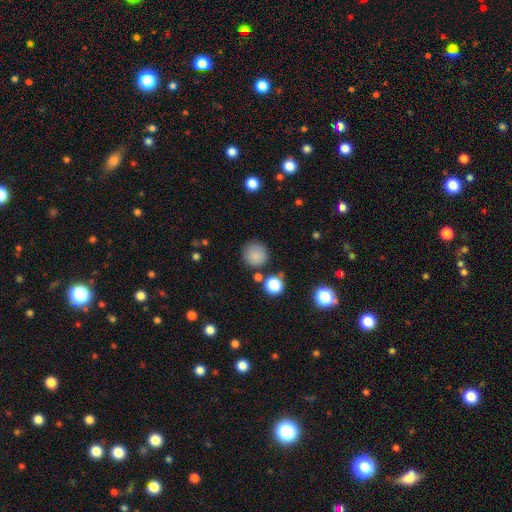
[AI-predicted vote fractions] The model was most divided on "merging": none: 79%, minor disturbance: 12%, merger: 5%, major disturbance: 4%. More confident: how rounded — round (93%); smooth or featured — smooth (82%).